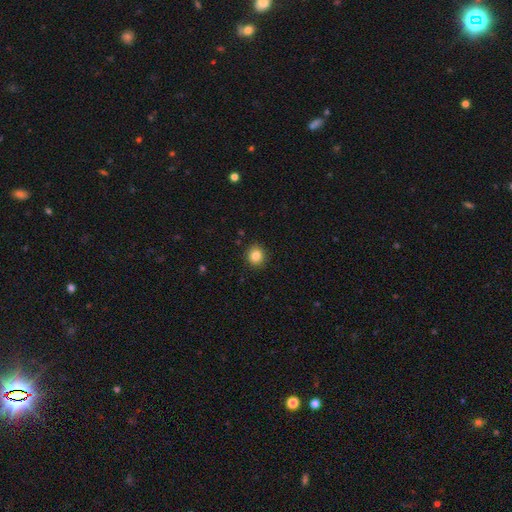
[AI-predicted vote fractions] smooth-or-featured: smooth: 85% | star or artifact: 10% | featured or disk: 5%
  how-rounded: round: 85% | in between: 14% | cigar-shaped: 1%
  merging: none: 91% | minor disturbance: 6% | major disturbance: 2% | merger: 1%